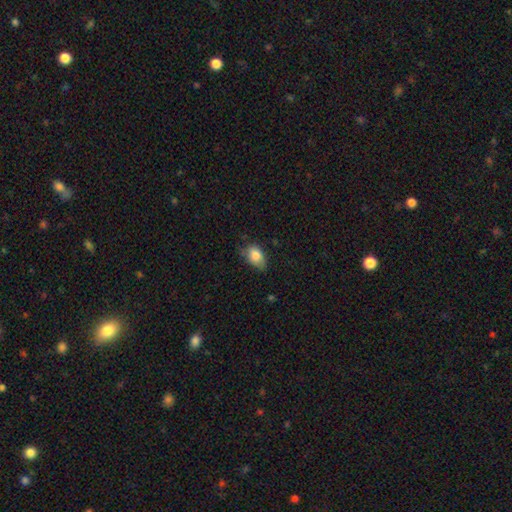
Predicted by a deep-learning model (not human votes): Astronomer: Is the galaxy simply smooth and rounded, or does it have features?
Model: smooth — 83%.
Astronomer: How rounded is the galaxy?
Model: in between — 84%.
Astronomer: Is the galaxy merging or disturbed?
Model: none — 57% (runner-up: minor disturbance, 34%).